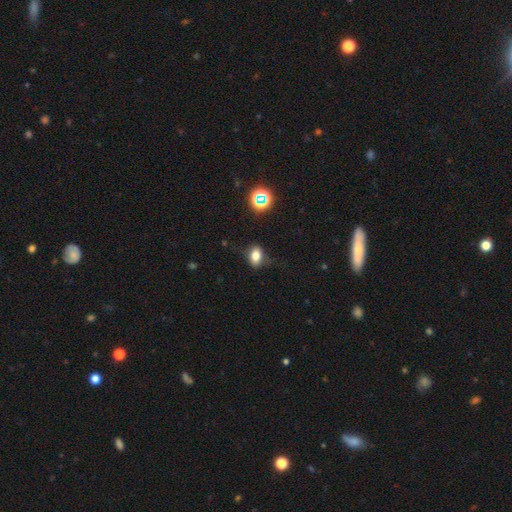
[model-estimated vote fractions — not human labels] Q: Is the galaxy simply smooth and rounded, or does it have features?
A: smooth — 76%.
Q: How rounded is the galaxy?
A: in between — 76%.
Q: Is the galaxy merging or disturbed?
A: none — 76%.